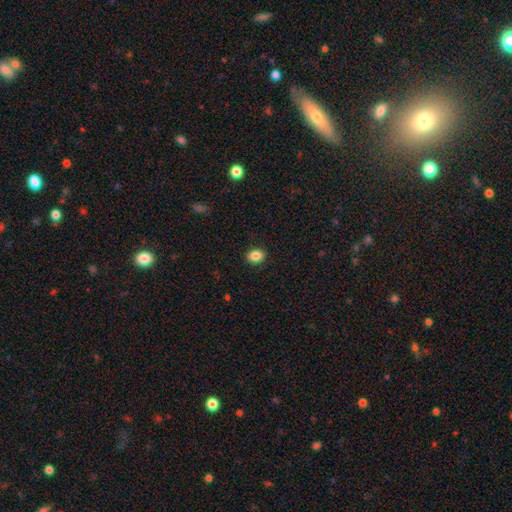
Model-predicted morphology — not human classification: Smooth or featured?
  - smooth: 86% *
  - star or artifact: 9%
  - featured or disk: 5%
How rounded?
  - in between: 50% *
  - round: 49%
  - cigar-shaped: 1%
Merging?
  - none: 90% *
  - minor disturbance: 7%
  - major disturbance: 2%
  - merger: 1%